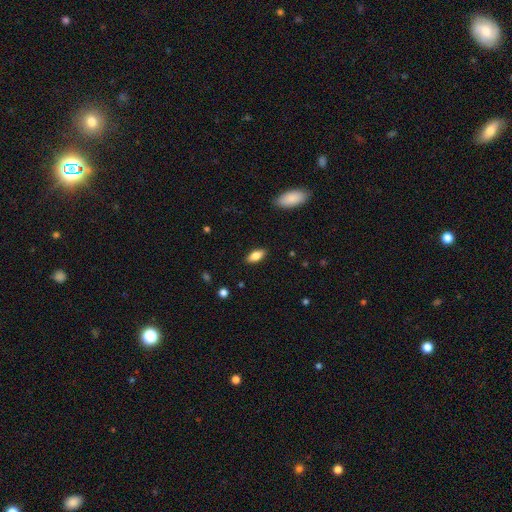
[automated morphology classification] smooth-or-featured: smooth: 80% | featured or disk: 13% | star or artifact: 7%
  how-rounded: in between: 84% | cigar-shaped: 13% | round: 3%
  merging: none: 88% | minor disturbance: 9% | major disturbance: 2% | merger: 1%